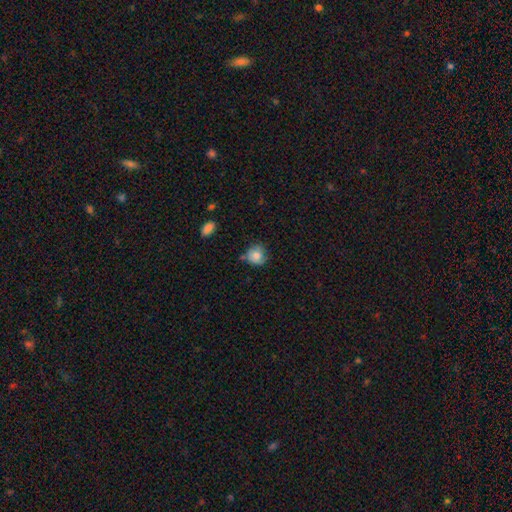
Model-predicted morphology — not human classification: A smooth galaxy with no disk features (81%) that is round (82%).

Vote fractions:
- Smooth or featured? smooth: 81% / featured or disk: 11% / star or artifact: 9%
- How rounded? round: 82% / in between: 17% / cigar-shaped: 1%
- Merging? none: 62% / minor disturbance: 26% / major disturbance: 6% / merger: 5%